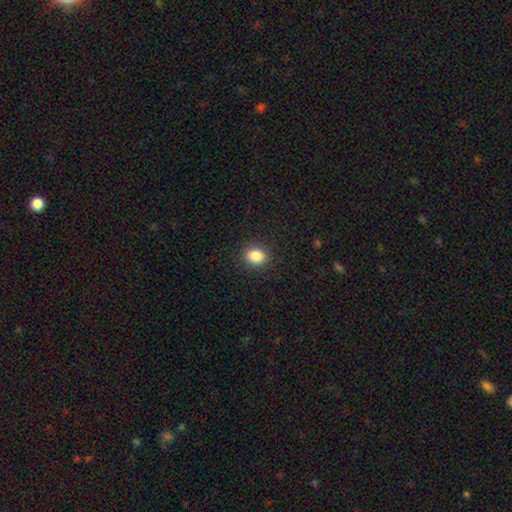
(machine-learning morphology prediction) Q: Smooth or featured?
A: smooth (86%); runner-up: star or artifact (10%)
Q: How rounded?
A: round (55%); runner-up: in between (44%)
Q: Merging?
A: none (89%); runner-up: minor disturbance (7%)